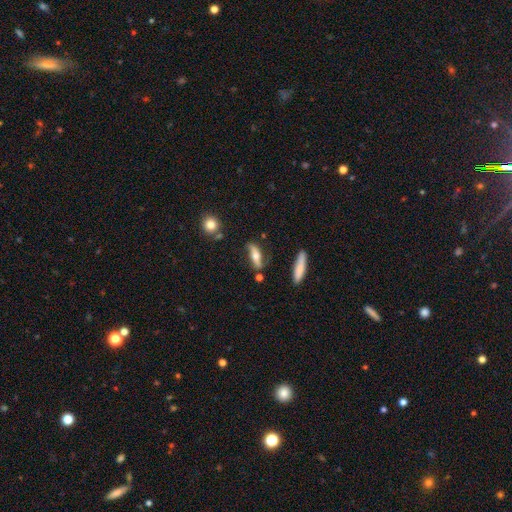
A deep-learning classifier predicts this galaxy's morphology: Q: Smooth or featured?
A: featured or disk (59%); runner-up: smooth (33%)
Q: Edge-on disk?
A: no (60%); runner-up: yes (40%)
Q: Merging?
A: none (67%); runner-up: minor disturbance (20%)